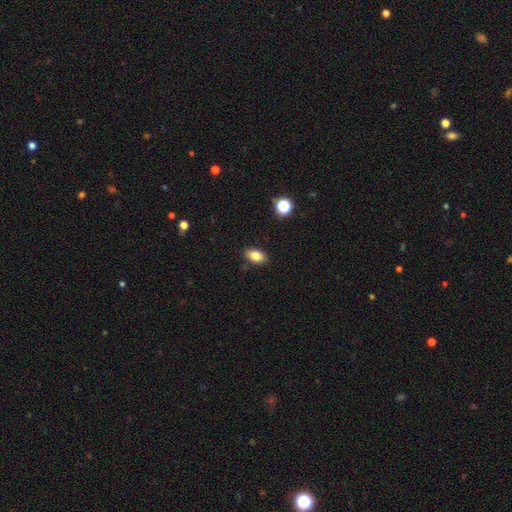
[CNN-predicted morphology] This appears to be a smooth galaxy with no disk features (81%) that is in between round and cigar-shaped (89%). Merging: none (86%).